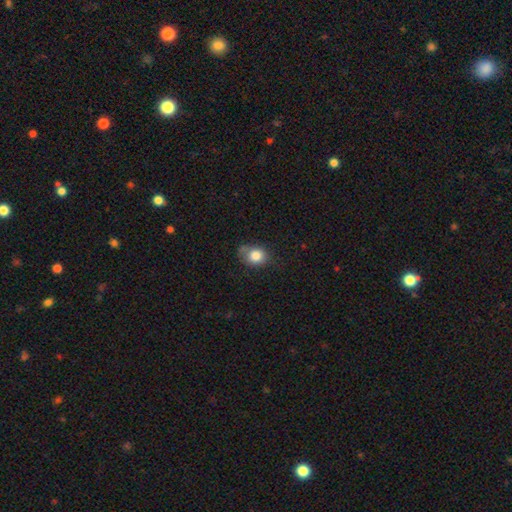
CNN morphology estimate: A smooth galaxy with no disk features (82%) that is round (55%). Merging: none (54%).